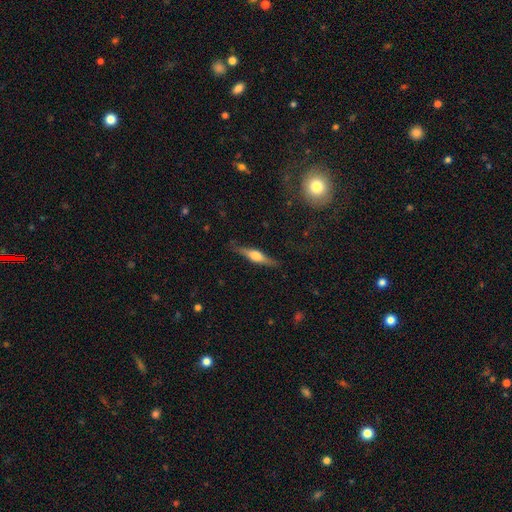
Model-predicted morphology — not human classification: smooth-or-featured: featured or disk: 61% | smooth: 33% | star or artifact: 6%
  disk-edge-on: yes: 96% | no: 4%
    edge-on-bulge: rounded: 88% | boxy: 9% | none: 3%
  merging: none: 84% | minor disturbance: 12% | major disturbance: 3% | merger: 1%